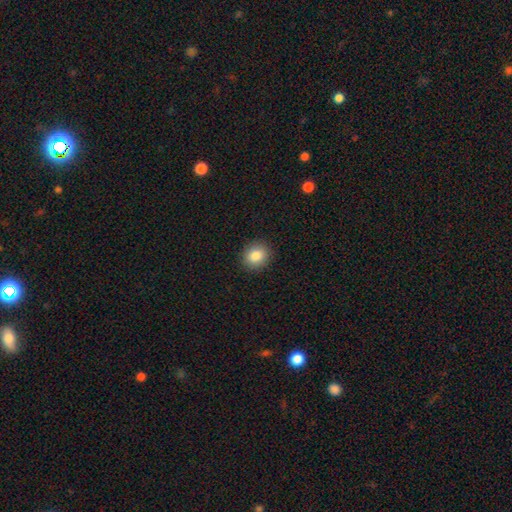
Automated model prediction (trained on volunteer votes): Smooth or featured? smooth (84%)
How rounded? round (79%)
Merging? none (91%)